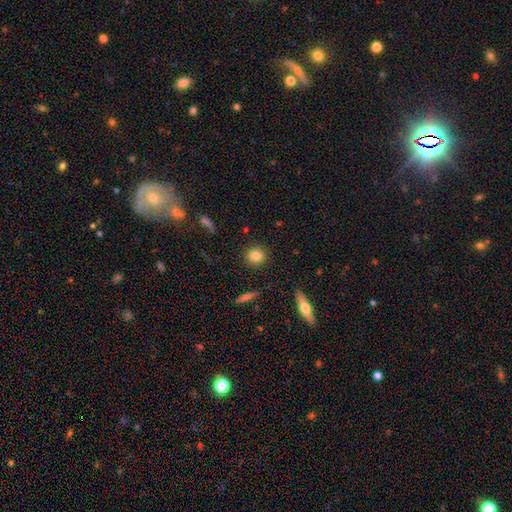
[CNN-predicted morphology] Smooth or featured?
  - smooth: 84% *
  - star or artifact: 9%
  - featured or disk: 7%
How rounded?
  - round: 87% *
  - in between: 11%
  - cigar-shaped: 2%
Merging?
  - none: 90% *
  - minor disturbance: 6%
  - major disturbance: 2%
  - merger: 2%